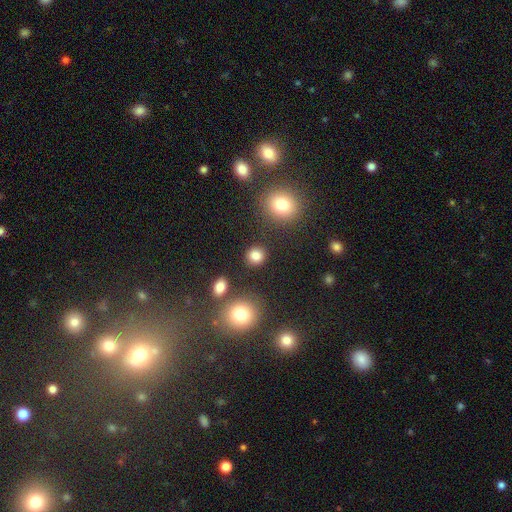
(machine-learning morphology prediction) Overall: smooth (83%). How rounded: round (85%). Merging: none (87%).